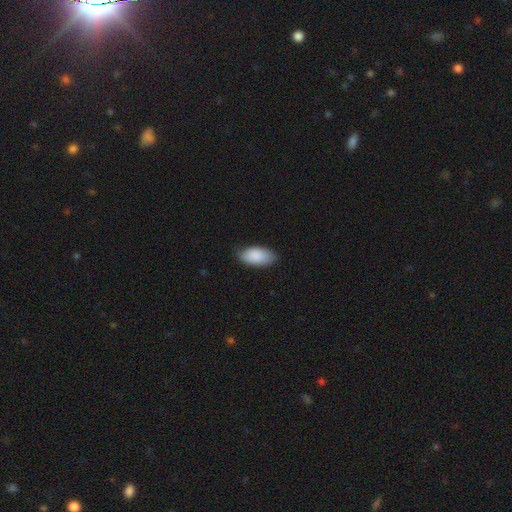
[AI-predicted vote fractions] Smooth or featured? Predicted: smooth (p=0.89). How rounded? Predicted: in between (p=0.94). Merging? Predicted: none (p=0.79).